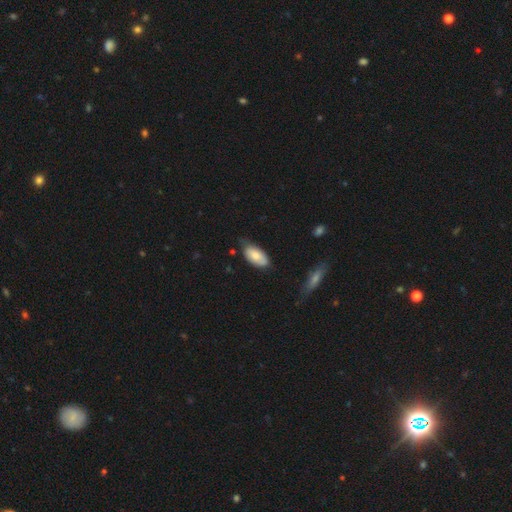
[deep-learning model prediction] smooth_or_featured: smooth (p=0.77) [alt: featured or disk p=0.17]
how_rounded: in between (p=0.94) [alt: cigar-shaped p=0.04]
merging: none (p=0.58) [alt: minor disturbance p=0.33]